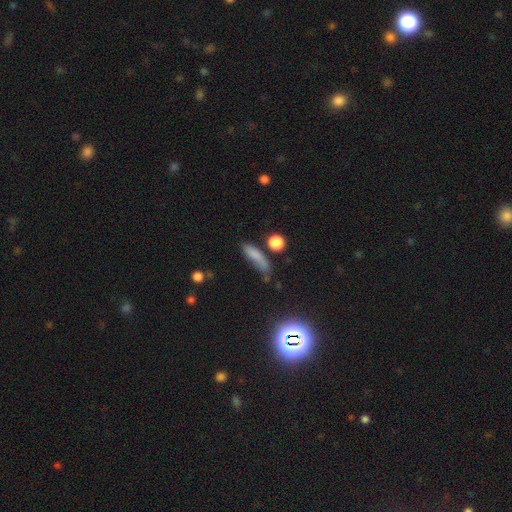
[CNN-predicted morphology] This appears to be a smooth galaxy with no disk features (74%) that is cigar-shaped (57%). Merging: none (53%).